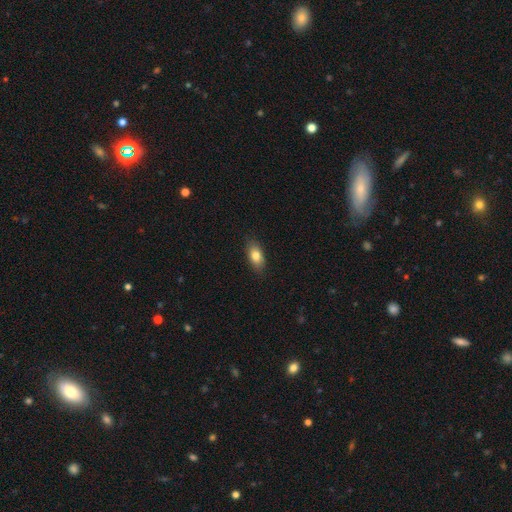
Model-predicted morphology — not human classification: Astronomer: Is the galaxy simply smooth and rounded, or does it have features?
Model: smooth — 82%.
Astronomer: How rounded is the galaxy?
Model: in between — 88%.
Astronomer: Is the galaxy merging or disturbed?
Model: none — 87%.